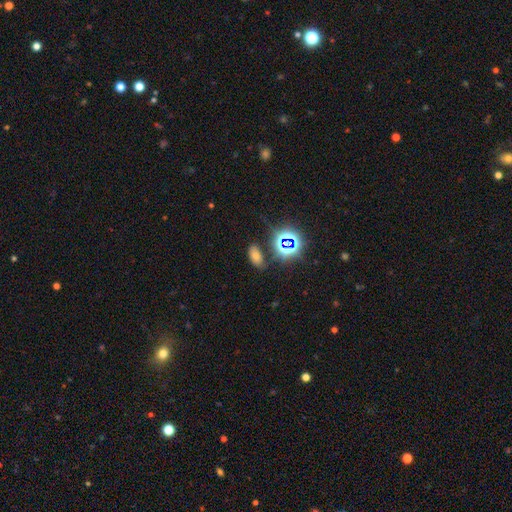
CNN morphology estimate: smooth-or-featured: smooth: 52% | star or artifact: 37% | featured or disk: 11%
  how-rounded: in between: 87% | round: 9% | cigar-shaped: 4%
  merging: none: 79% | minor disturbance: 12% | merger: 5% | major disturbance: 4%